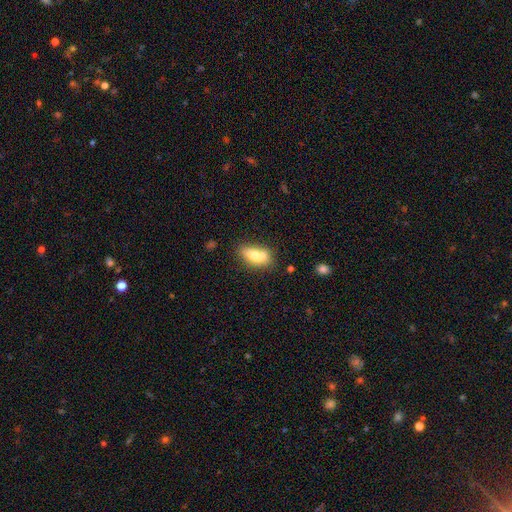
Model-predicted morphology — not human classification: The model was most divided on "merging": none: 56%, minor disturbance: 22%, merger: 16%, major disturbance: 7%. More confident: how rounded — in between (80%); smooth or featured — smooth (72%).